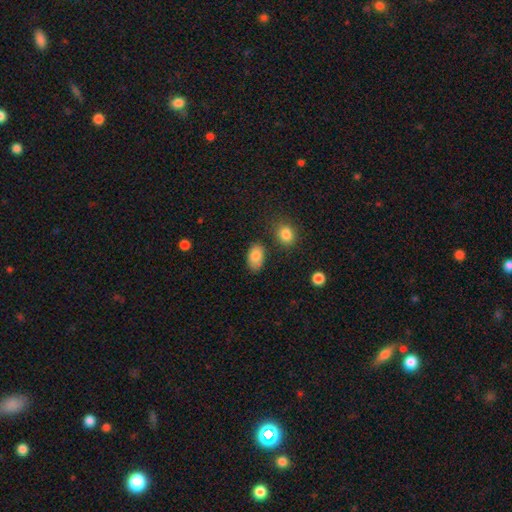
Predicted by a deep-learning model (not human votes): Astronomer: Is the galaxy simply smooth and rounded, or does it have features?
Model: smooth — 85%.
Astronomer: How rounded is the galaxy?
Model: in between — 89%.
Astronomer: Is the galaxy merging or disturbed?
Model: none — 75%.